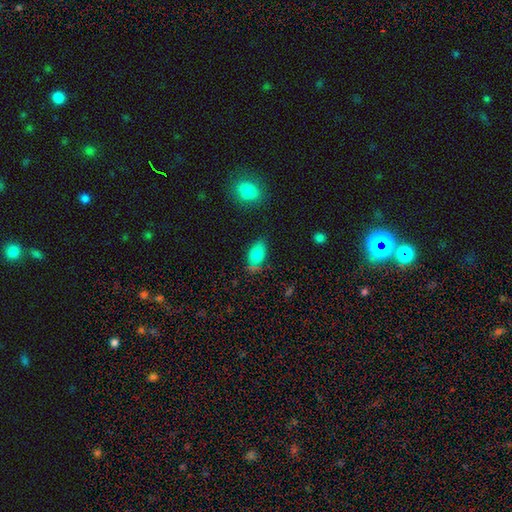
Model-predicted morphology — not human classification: Overall: smooth (81%). How rounded: in between (90%). Merging: none (69%).